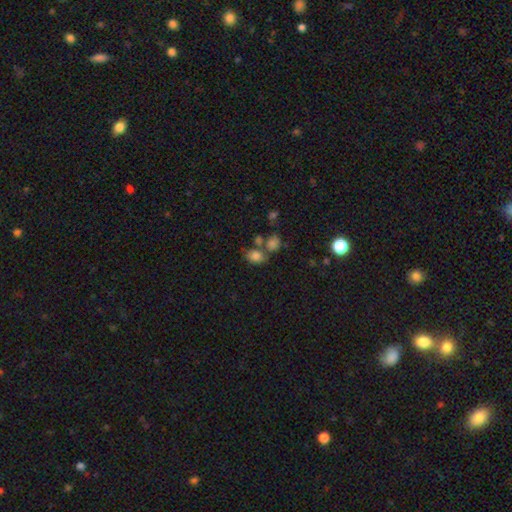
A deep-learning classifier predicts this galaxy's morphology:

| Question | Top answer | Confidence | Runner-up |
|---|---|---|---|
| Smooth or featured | smooth | 80% | star or artifact (12%) |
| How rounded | in between | 73% | round (26%) |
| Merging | none | 47% | merger (33%) |